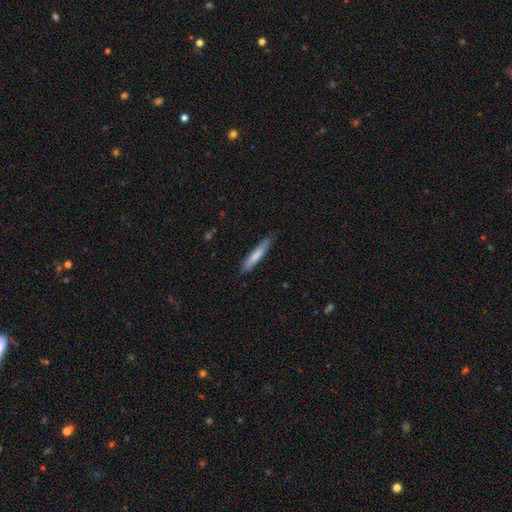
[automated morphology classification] type=smooth (72%); roundness=cigar-shaped (92%); merging=none (83%).